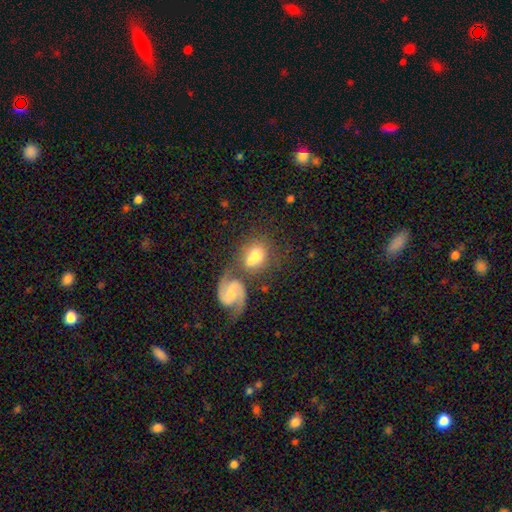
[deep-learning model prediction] The model was most divided on "smooth or featured": smooth: 53%, featured or disk: 39%, star or artifact: 8%. More confident: how rounded — in between (60%); merging — merger (51%).